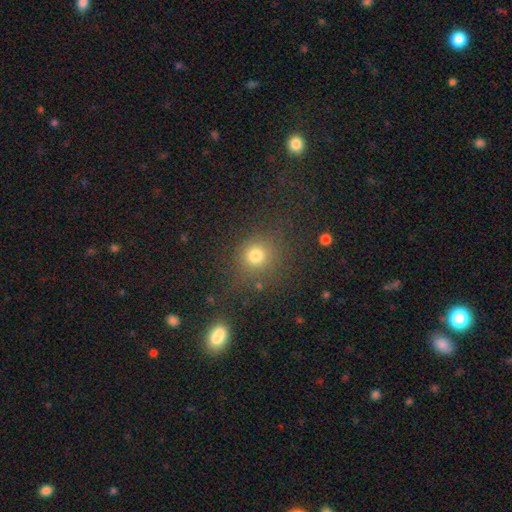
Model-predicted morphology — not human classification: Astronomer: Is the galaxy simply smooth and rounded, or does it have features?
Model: smooth — 74%.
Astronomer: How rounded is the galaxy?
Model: round — 86%.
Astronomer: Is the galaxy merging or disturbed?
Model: none — 78%.